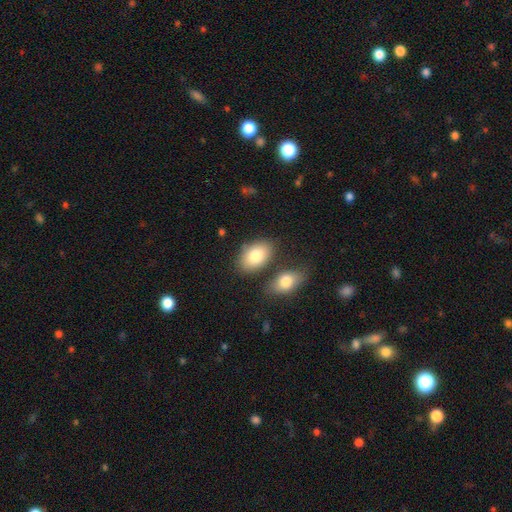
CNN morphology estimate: A smooth galaxy with no disk features (81%) that is in between round and cigar-shaped (88%).

Vote fractions:
- Smooth or featured? smooth: 81% / featured or disk: 12% / star or artifact: 7%
- How rounded? in between: 88% / round: 11% / cigar-shaped: 1%
- Merging? none: 71% / merger: 15% / minor disturbance: 12% / major disturbance: 3%